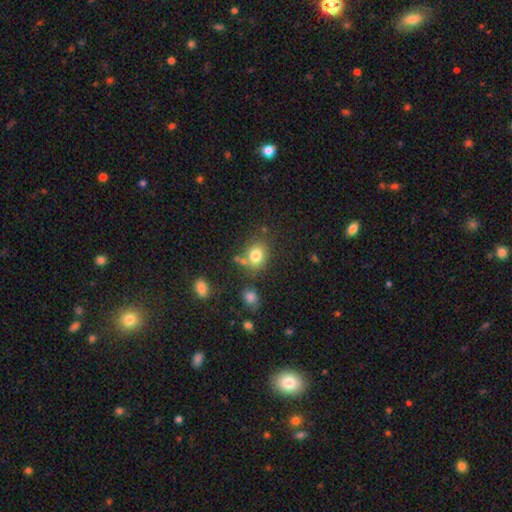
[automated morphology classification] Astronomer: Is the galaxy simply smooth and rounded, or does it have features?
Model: smooth — 79%.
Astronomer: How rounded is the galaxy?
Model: round — 54% (runner-up: in between, 45%).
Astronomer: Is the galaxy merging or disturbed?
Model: none — 67%.